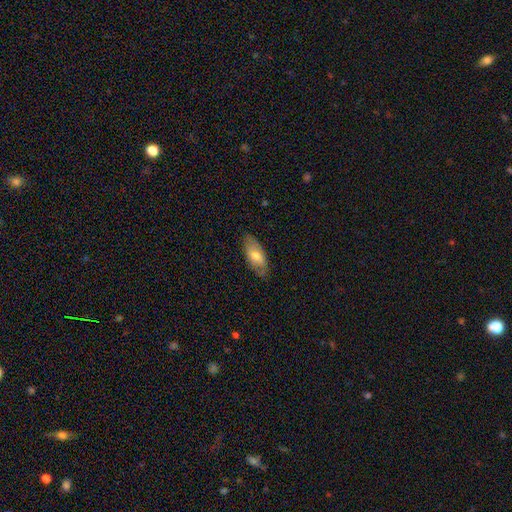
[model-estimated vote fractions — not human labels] This is likely a smooth galaxy (67%). How rounded: clearly in between (87%). Merging: likely none (79%).